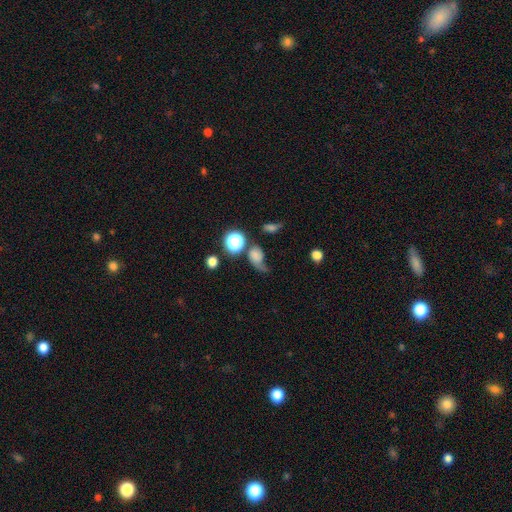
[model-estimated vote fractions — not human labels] The model was most divided on "how rounded" (2-way tie): round: 49%, in between: 49%, cigar-shaped: 2%. Remaining: smooth or featured — smooth (63%); merging — major disturbance (37%).